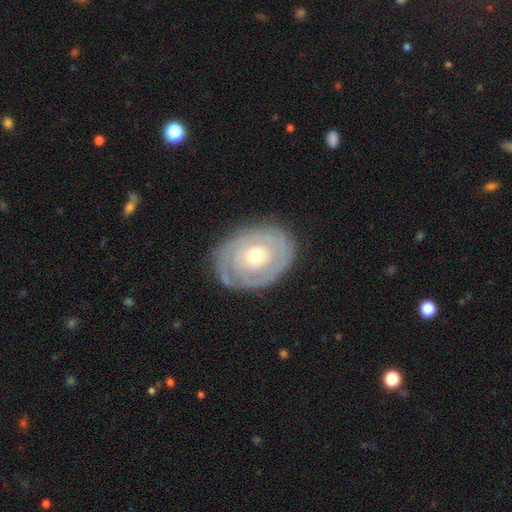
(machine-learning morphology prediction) Smooth or featured: featured or disk — 82% (smooth — 13%)
Edge-on disk: no — 96% (yes — 4%)
Bar: no — 82% (weak — 14%)
Spiral arms: yes — 89% (no — 11%)
Spiral winding: tight — 84% (medium — 13%)
Spiral arm count: can't tell — 37% (2 — 27%)
Bulge size: moderate — 60% (small — 34%)
Merging: none — 79% (minor disturbance — 15%)